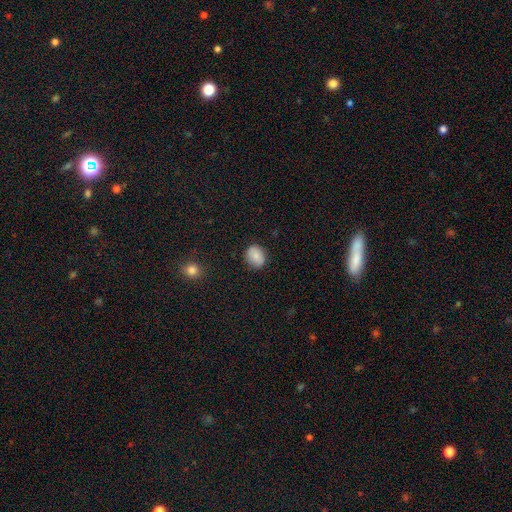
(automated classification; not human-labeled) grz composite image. It shows a smooth galaxy with no disk features (84%) that is round (51%). Merging: none (82%).